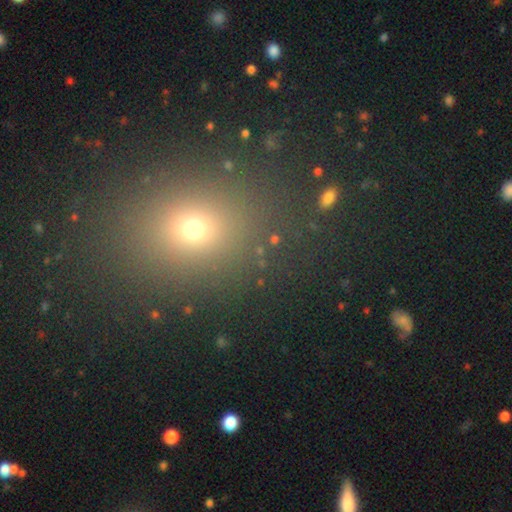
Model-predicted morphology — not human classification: This is possibly a smooth galaxy (59%). How rounded: possibly round (50%). Merging: clearly none (87%).